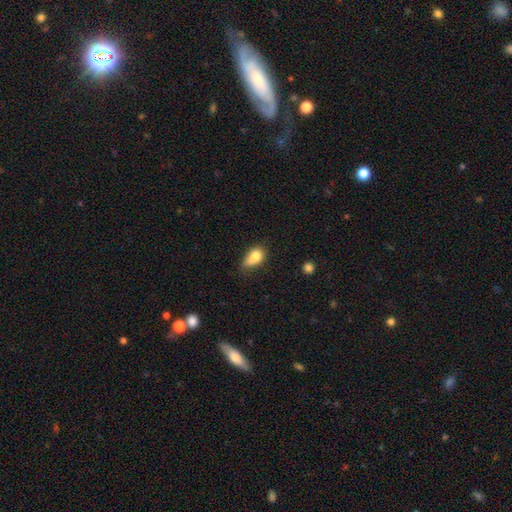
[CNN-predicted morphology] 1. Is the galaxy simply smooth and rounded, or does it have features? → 80% smooth, 11% featured or disk, 9% star or artifact.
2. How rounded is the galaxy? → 83% in between, 12% round, 5% cigar-shaped.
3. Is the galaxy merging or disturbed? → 40% minor disturbance, 39% none, 14% major disturbance, 7% merger.